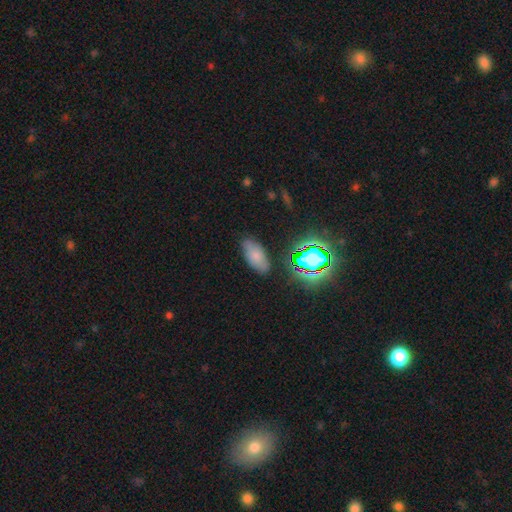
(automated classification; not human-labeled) Smooth or featured? smooth (69%)
How rounded? in between (91%)
Merging? none (81%)